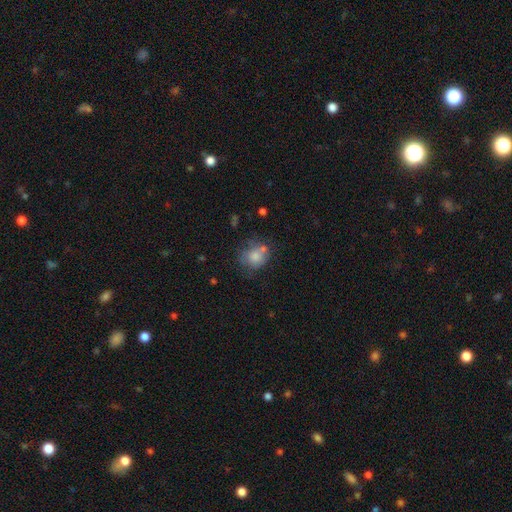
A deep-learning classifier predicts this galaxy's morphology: The model was most divided on "merging": none: 48%, minor disturbance: 23%, merger: 17%, major disturbance: 12%. More confident: smooth or featured — smooth (73%); how rounded — round (65%).